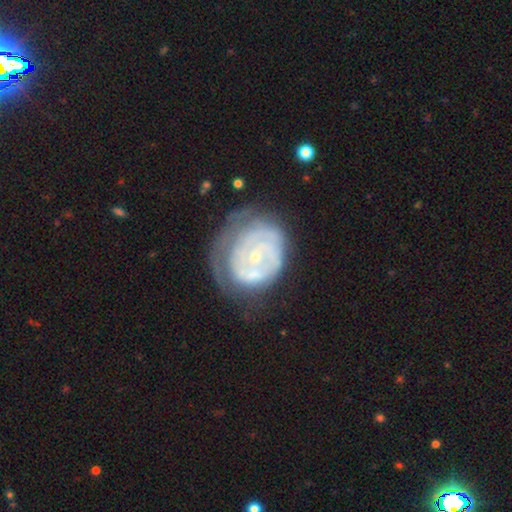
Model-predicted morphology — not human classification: Smooth or featured?
  - featured or disk: 75% *
  - smooth: 19%
  - star or artifact: 7%
Edge-on disk?
  - no: 98% *
  - yes: 2%
Bar?
  - no: 76% *
  - weak: 20%
  - strong: 4%
Spiral arms?
  - yes: 77% *
  - no: 23%
Spiral winding?
  - tight: 70% *
  - medium: 21%
  - loose: 9%
Spiral arm count?
  - can't tell: 47% *
  - 2: 23%
  - 1: 12%
  - 3: 10%
  - 4: 4%
  - more than 4: 4%
Bulge size?
  - small: 74% *
  - moderate: 21%
  - none: 3%
  - large: 1%
  - dominant: 1%
Merging?
  - none: 46% *
  - minor disturbance: 28%
  - major disturbance: 22%
  - merger: 5%